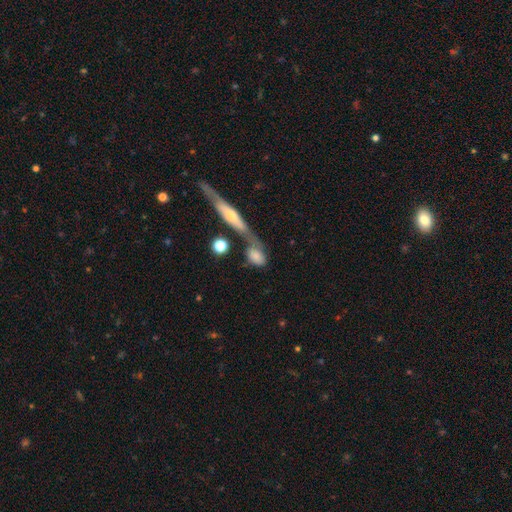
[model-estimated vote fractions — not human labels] The model was most divided on "merging": merger: 40%, none: 34%, minor disturbance: 16%, major disturbance: 10%. More confident: smooth or featured — smooth (72%); how rounded — in between (69%).